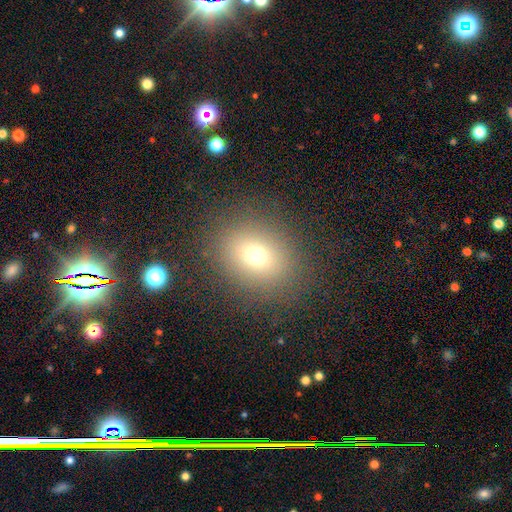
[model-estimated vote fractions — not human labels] A smooth galaxy with no disk features (70%) that is round (54%). Merging: none (85%).